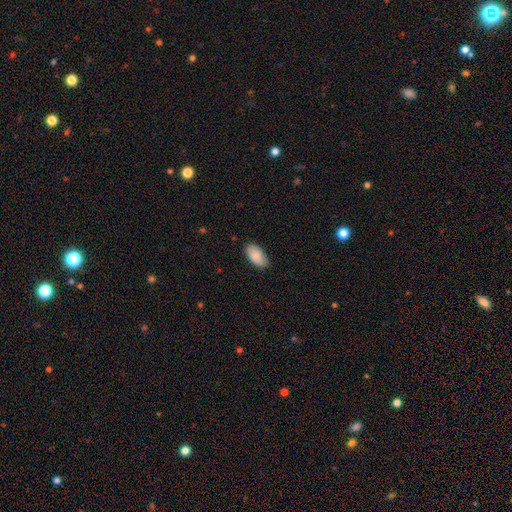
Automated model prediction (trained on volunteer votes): Smooth or featured? Predicted: smooth (p=0.87). How rounded? Predicted: in between (p=0.95). Merging? Predicted: none (p=0.81).